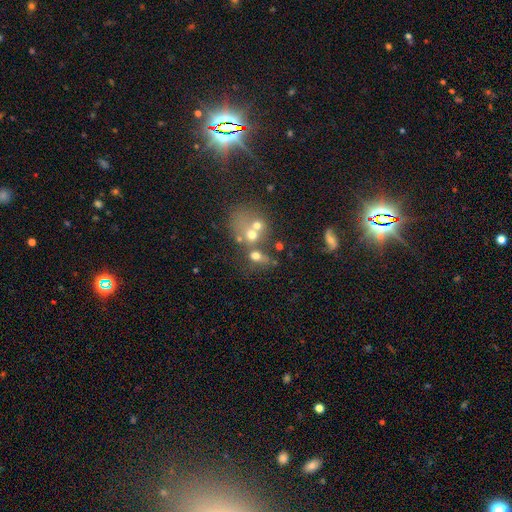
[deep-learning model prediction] smooth-or-featured: smooth: 55% | featured or disk: 27% | star or artifact: 18%
  how-rounded: round: 55% | in between: 42% | cigar-shaped: 2%
  merging: merger: 51% | none: 29% | major disturbance: 10% | minor disturbance: 10%